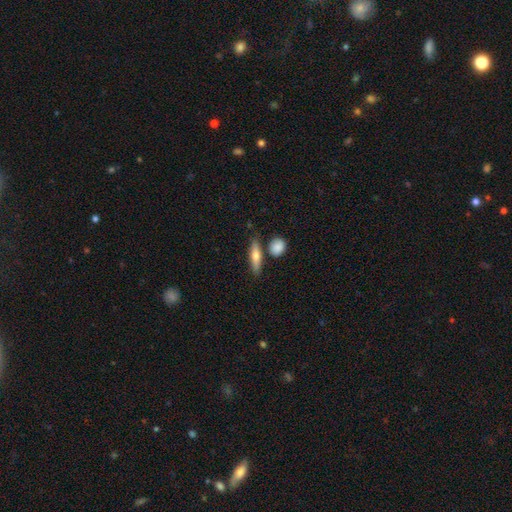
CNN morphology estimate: type=smooth (59%); roundness=cigar-shaped (67%); merging=none (76%).